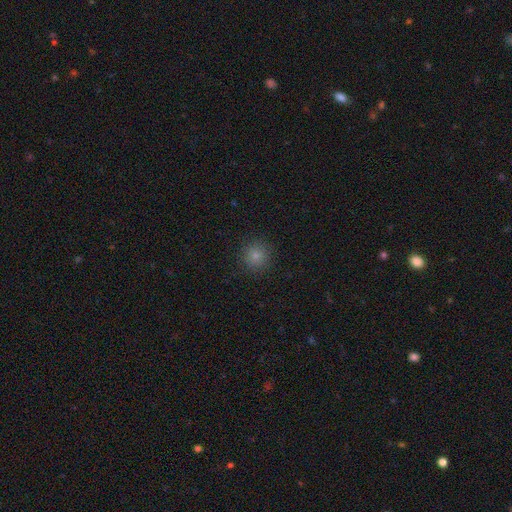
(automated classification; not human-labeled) The model was most divided on "smooth or featured": smooth: 81%, star or artifact: 14%, featured or disk: 6%. More confident: how rounded — round (94%); merging — none (89%).